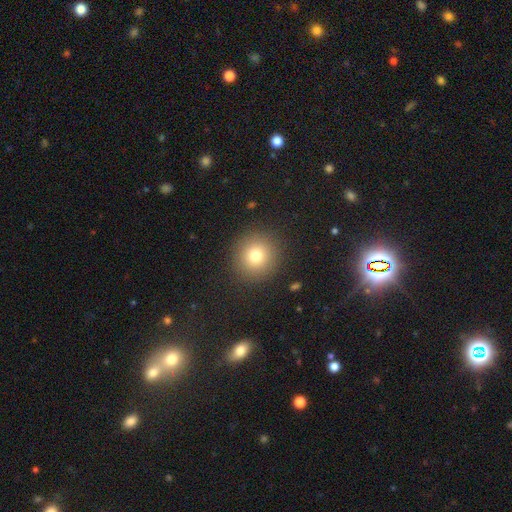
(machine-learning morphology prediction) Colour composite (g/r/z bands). It shows a smooth galaxy with no disk features (78%) that is round (92%). Merging: none (90%).